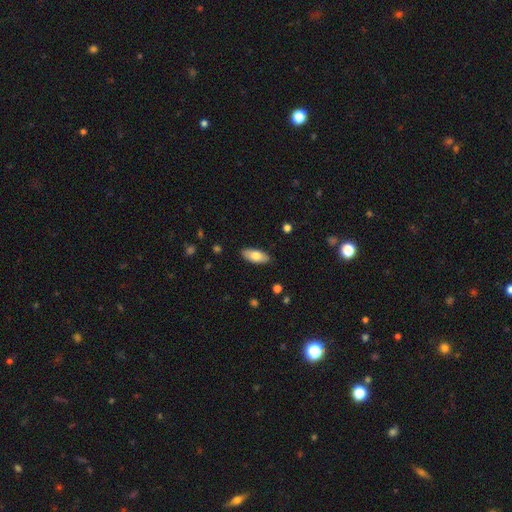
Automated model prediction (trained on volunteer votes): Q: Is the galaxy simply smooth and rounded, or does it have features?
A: smooth — 76%.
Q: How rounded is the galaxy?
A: in between — 86%.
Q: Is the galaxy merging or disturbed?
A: none — 88%.